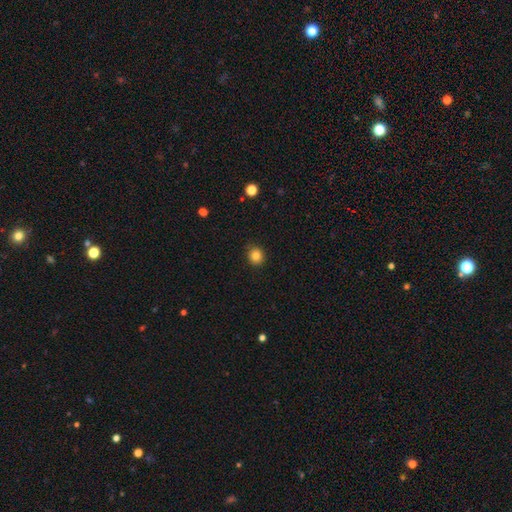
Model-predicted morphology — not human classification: The model was most divided on "how rounded": round: 85%, in between: 14%, cigar-shaped: 1%. More confident: merging — none (89%); smooth or featured — smooth (84%).